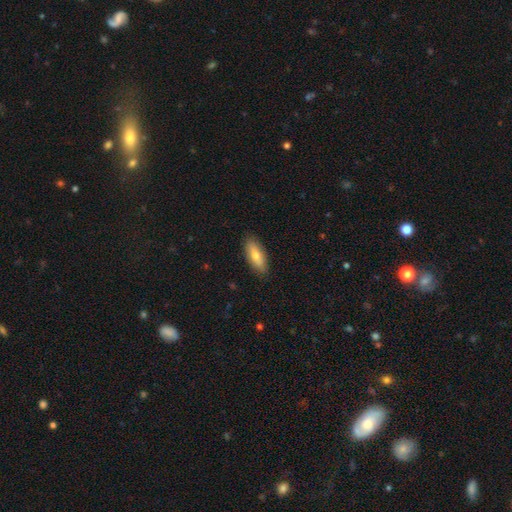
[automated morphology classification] This appears to be a smooth galaxy with no disk features (70%) that is in between round and cigar-shaped (69%). Merging: none (87%).